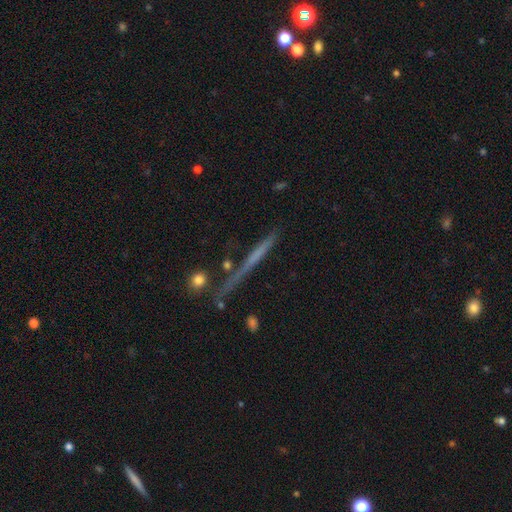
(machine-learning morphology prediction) The model was most divided on "smooth or featured": featured or disk: 51%, smooth: 40%, star or artifact: 9%. More confident: edge-on disk — yes (95%); merging — none (78%).